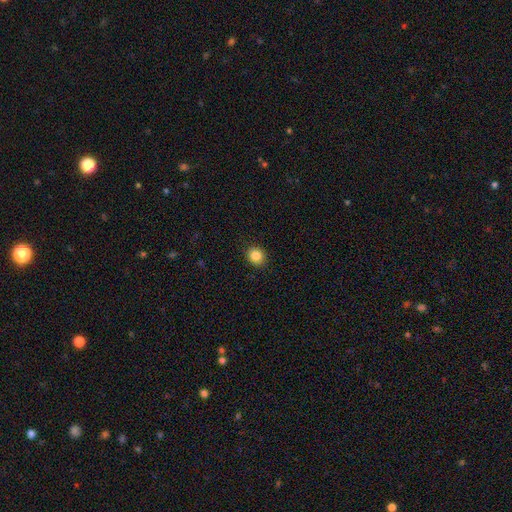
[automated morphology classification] Smooth or featured?
  - smooth: 85% *
  - star or artifact: 10%
  - featured or disk: 4%
How rounded?
  - round: 76% *
  - in between: 23%
  - cigar-shaped: 1%
Merging?
  - none: 91% *
  - minor disturbance: 6%
  - major disturbance: 2%
  - merger: 1%